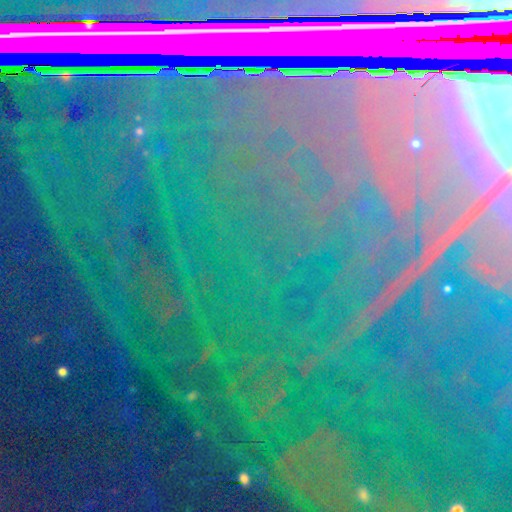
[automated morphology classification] smooth-or-featured: star or artifact: 86% | featured or disk: 7% | smooth: 6%